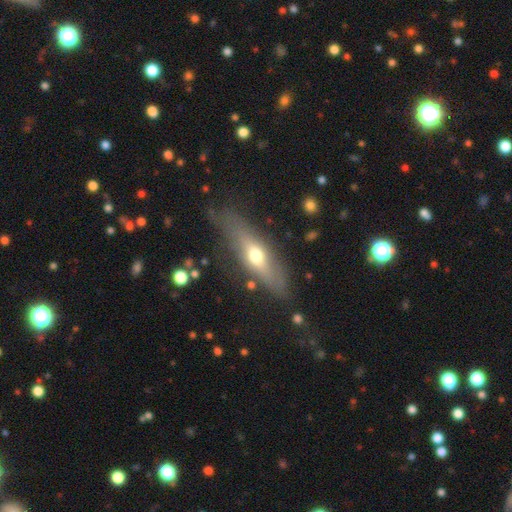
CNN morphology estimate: This appears to be a featured or disk galaxy (48%). Merging: none (67%).